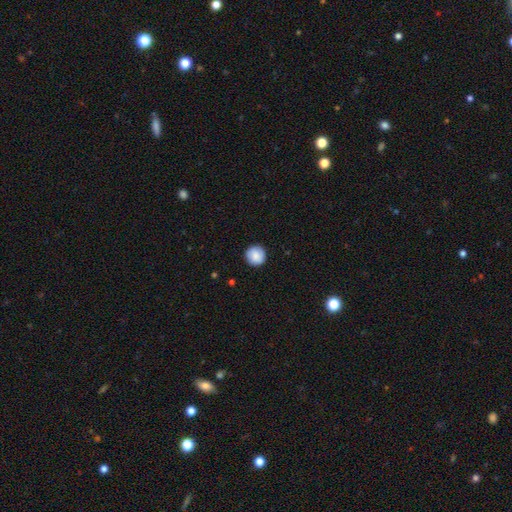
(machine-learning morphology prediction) type=smooth (85%); roundness=round (95%); merging=none (90%).